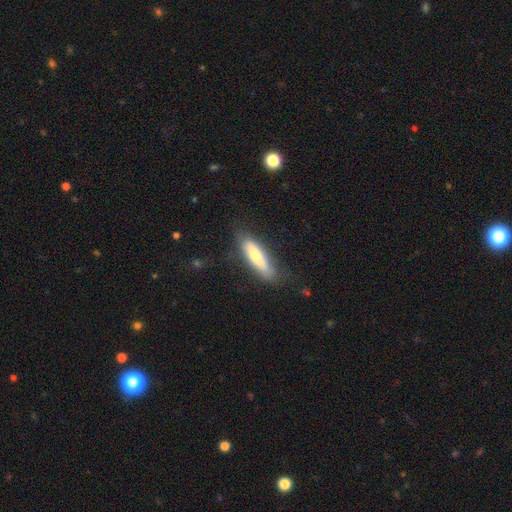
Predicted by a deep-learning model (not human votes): A smooth galaxy with no disk features (67%) that is cigar-shaped (65%).

Vote fractions:
- Smooth or featured? smooth: 67% / featured or disk: 27% / star or artifact: 6%
- How rounded? cigar-shaped: 65% / in between: 33% / round: 2%
- Merging? none: 76% / minor disturbance: 17% / major disturbance: 6% / merger: 2%